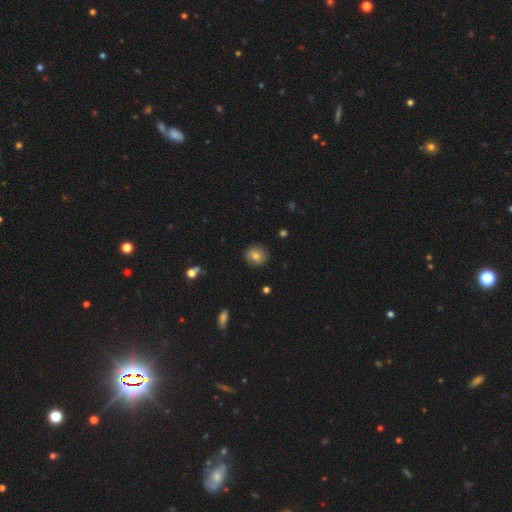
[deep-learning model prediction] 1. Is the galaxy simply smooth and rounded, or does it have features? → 75% smooth, 14% featured or disk, 10% star or artifact.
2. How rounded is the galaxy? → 80% round, 19% in between, 1% cigar-shaped.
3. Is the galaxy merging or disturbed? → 88% none, 9% minor disturbance, 2% major disturbance, 1% merger.